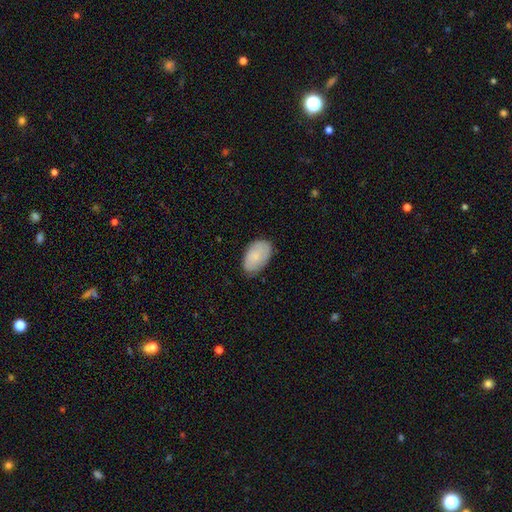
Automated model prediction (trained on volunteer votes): Morphology: type=smooth (79%); roundness=in between (93%); merging=none (77%).